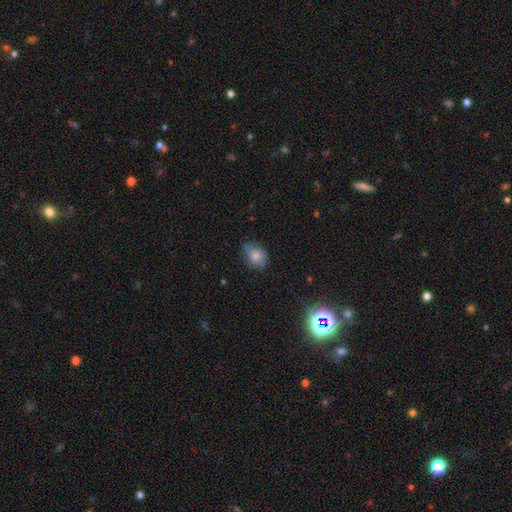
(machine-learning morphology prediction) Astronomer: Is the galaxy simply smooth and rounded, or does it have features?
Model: smooth — 80%.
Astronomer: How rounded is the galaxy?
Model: in between — 69%.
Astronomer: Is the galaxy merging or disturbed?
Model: none — 65%.